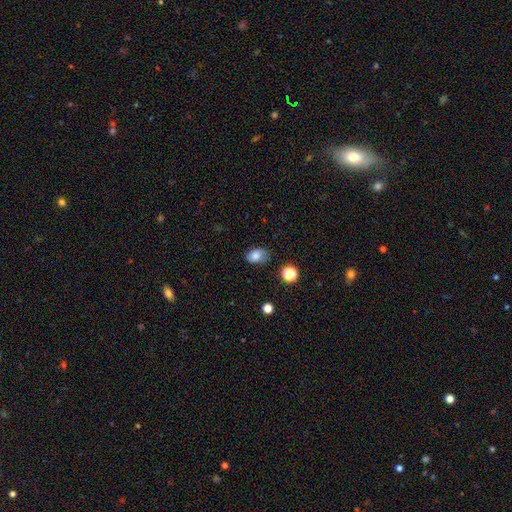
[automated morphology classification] This appears to be a smooth galaxy with no disk features (77%) that is in between round and cigar-shaped (74%). Merging: none (73%).